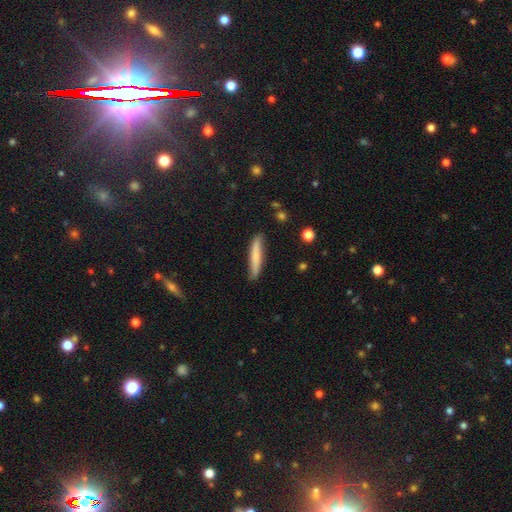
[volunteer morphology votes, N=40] A smooth galaxy with no disk features (68%) that is cigar-shaped (96%).

Vote fractions:
- Smooth or featured? smooth: 68% / featured or disk: 28% / star or artifact: 5%
- How rounded? cigar-shaped: 96% / in between: 4% / round: 0%
- Merging? none: 76% / minor disturbance: 21% / major disturbance: 3% / merger: 0%